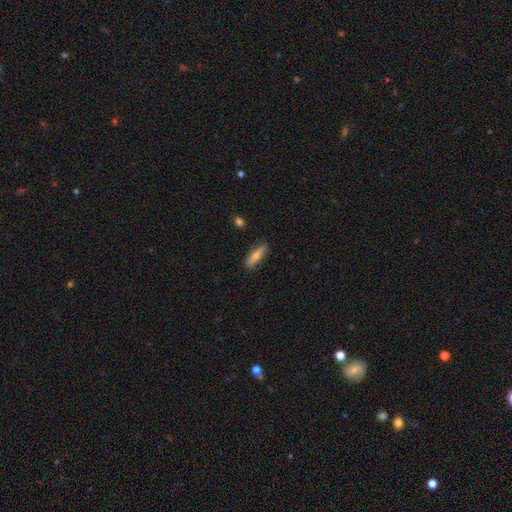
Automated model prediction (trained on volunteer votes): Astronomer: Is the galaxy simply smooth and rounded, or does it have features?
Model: smooth — 65%.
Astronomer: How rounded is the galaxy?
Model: cigar-shaped — 63%.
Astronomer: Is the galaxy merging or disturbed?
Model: none — 85%.